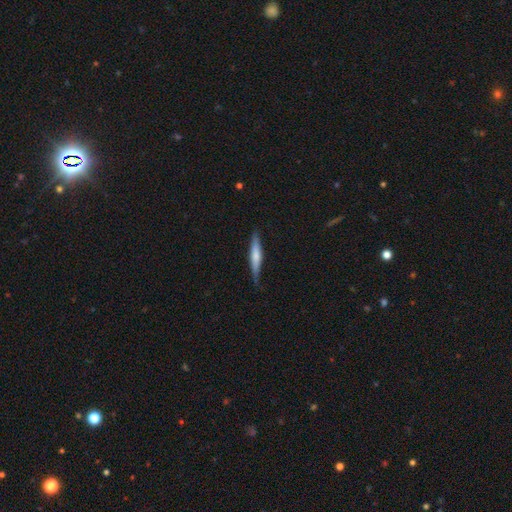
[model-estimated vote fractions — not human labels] Overall: smooth (53%; featured or disk 41%). How rounded: cigar-shaped (90%). Merging: none (79%).